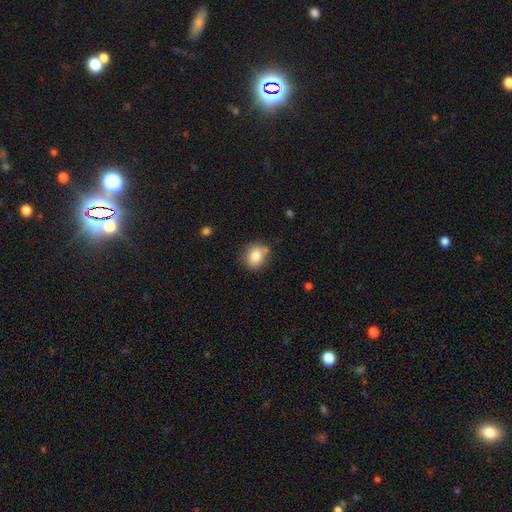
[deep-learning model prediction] Smooth or featured: smooth — 82% (star or artifact — 9%)
How rounded: round — 65% (in between — 34%)
Merging: none — 72% (minor disturbance — 16%)